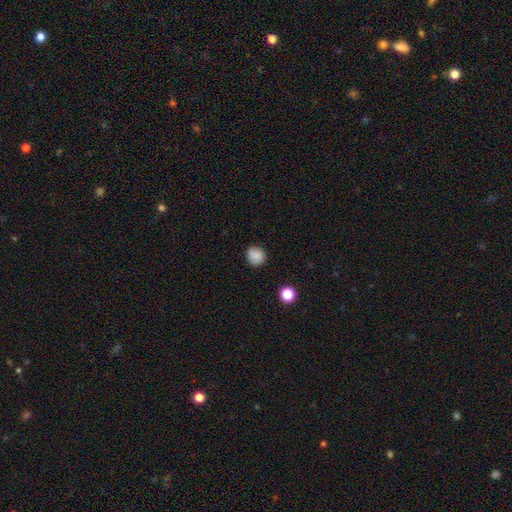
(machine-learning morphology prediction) A smooth galaxy with no disk features (85%) that is round (88%). Merging: none (86%).